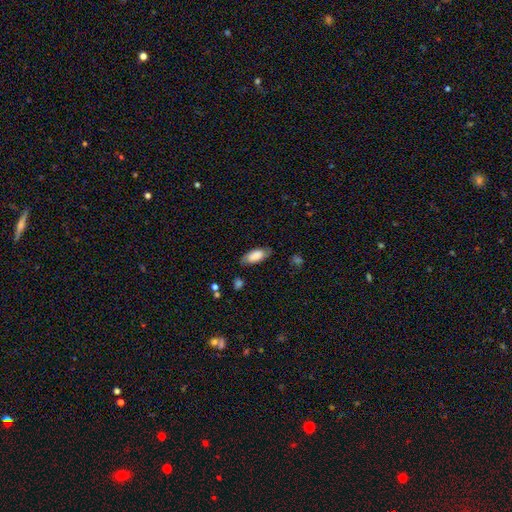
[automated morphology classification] smooth-or-featured: smooth: 78% | featured or disk: 15% | star or artifact: 7%
  how-rounded: in between: 84% | cigar-shaped: 14% | round: 2%
  merging: none: 76% | minor disturbance: 18% | major disturbance: 4% | merger: 2%